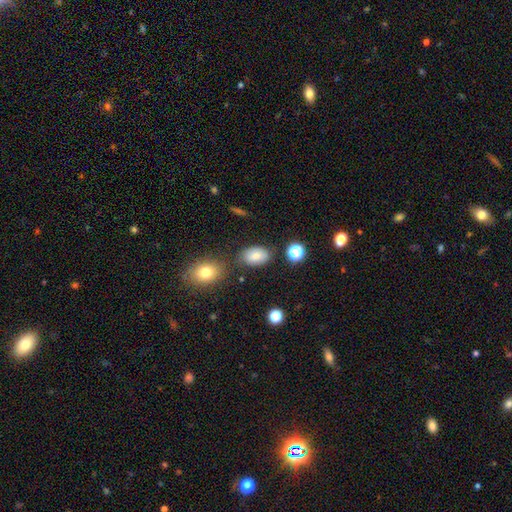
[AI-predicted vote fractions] Smooth or featured? smooth (78%)
How rounded? in between (88%)
Merging? none (73%)